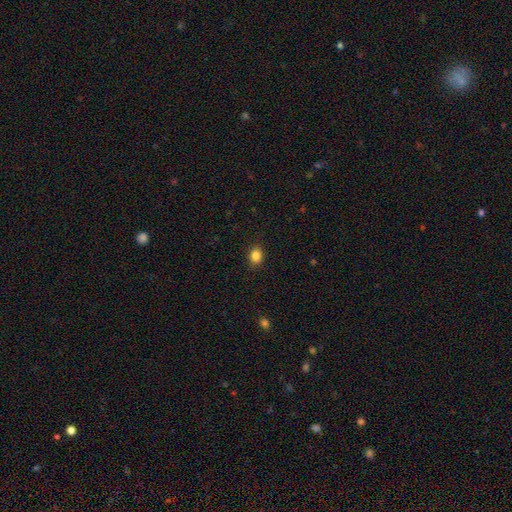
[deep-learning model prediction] smooth_or_featured: smooth (p=0.85) [alt: star or artifact p=0.11]
how_rounded: round (p=0.50) [alt: in between p=0.49]
merging: none (p=0.89) [alt: minor disturbance p=0.08]